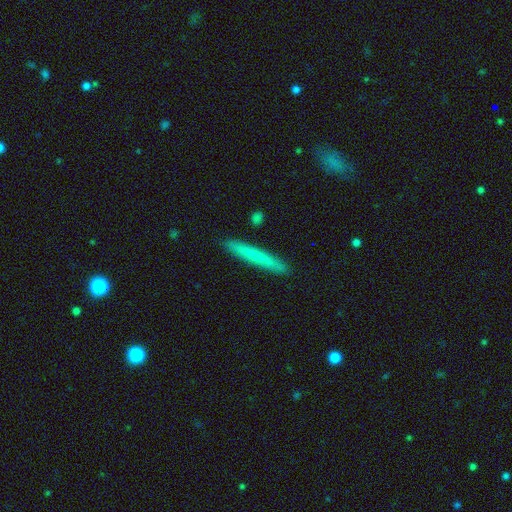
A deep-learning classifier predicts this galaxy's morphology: Overall: smooth (69%). How rounded: cigar-shaped (97%). Merging: none (90%).